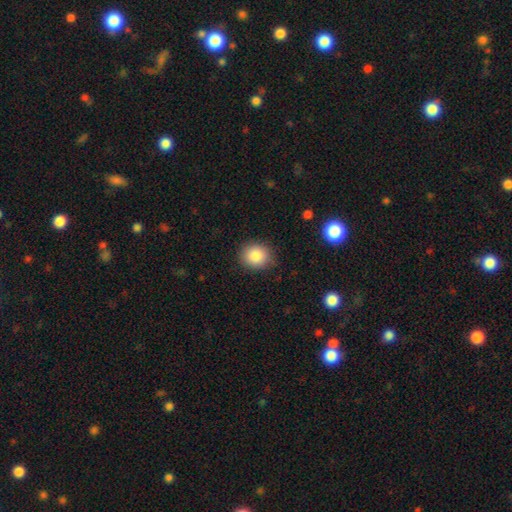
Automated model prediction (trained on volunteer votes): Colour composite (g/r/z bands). It shows a smooth galaxy with no disk features (86%) that is round (74%). Merging: none (86%).